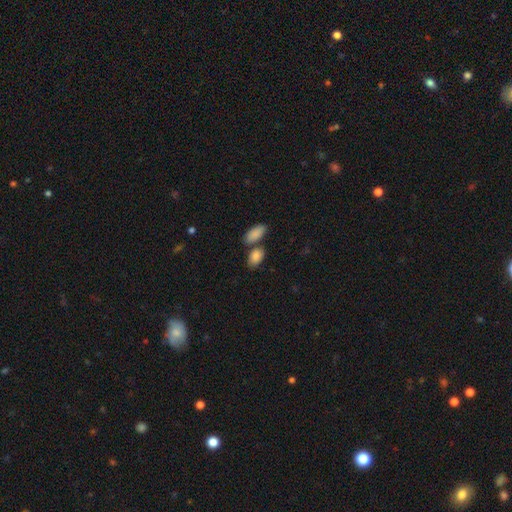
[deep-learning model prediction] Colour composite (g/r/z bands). It shows a smooth galaxy with no disk features (87%) that is in between round and cigar-shaped (90%). Merging: none (53%).